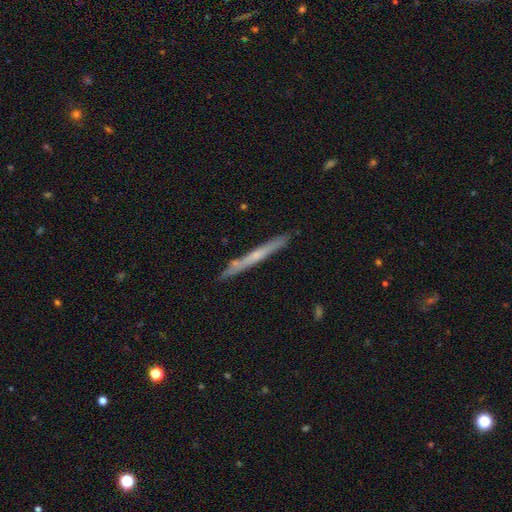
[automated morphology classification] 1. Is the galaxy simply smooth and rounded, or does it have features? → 54% featured or disk, 40% smooth, 6% star or artifact.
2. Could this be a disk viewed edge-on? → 95% yes, 5% no.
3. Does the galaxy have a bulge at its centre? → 68% none, 28% rounded, 4% boxy.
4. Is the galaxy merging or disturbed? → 85% none, 11% minor disturbance, 2% merger, 2% major disturbance.